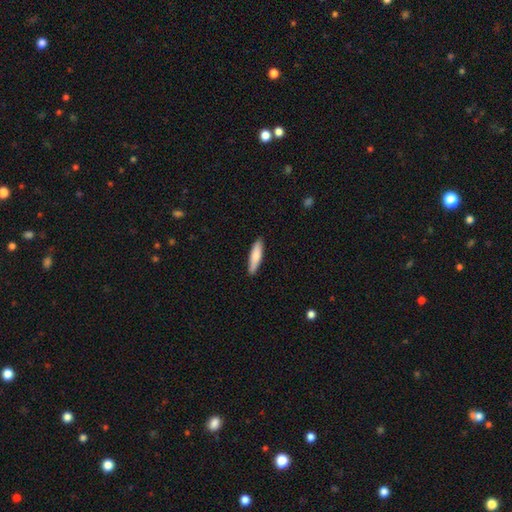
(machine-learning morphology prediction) Q: Smooth or featured?
A: smooth (79%); runner-up: featured or disk (16%)
Q: How rounded?
A: cigar-shaped (76%); runner-up: in between (22%)
Q: Merging?
A: none (87%); runner-up: minor disturbance (10%)